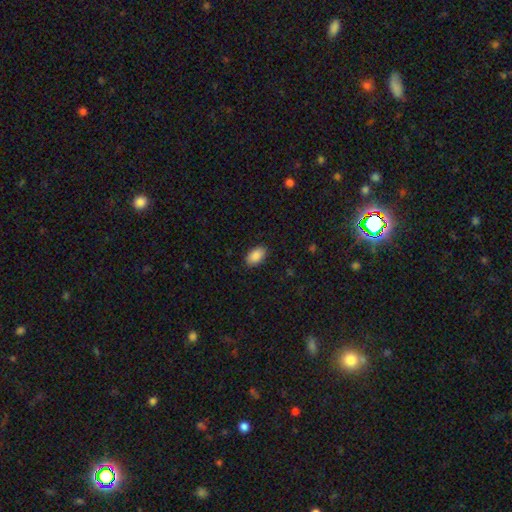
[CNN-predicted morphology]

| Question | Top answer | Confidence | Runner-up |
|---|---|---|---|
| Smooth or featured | smooth | 89% | star or artifact (7%) |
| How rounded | in between | 93% | round (5%) |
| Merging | none | 88% | minor disturbance (9%) |